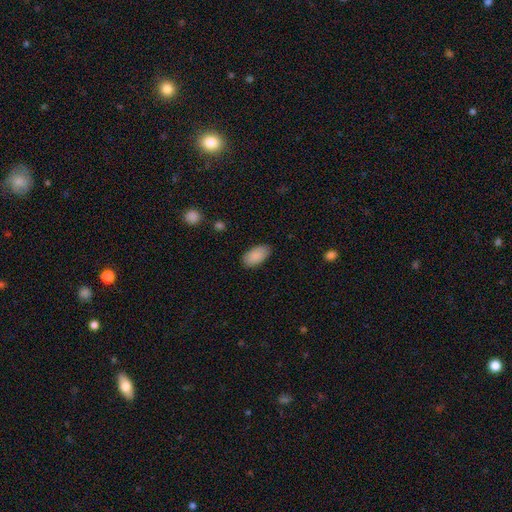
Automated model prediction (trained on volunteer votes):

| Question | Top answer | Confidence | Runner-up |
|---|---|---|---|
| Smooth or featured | smooth | 88% | star or artifact (6%) |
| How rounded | in between | 95% | round (3%) |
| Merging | none | 85% | minor disturbance (12%) |